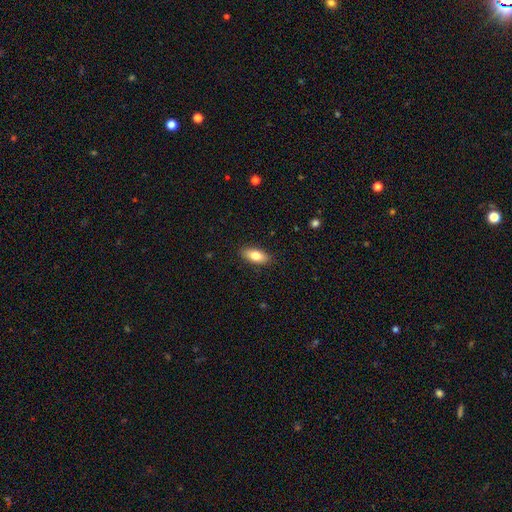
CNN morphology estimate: Overall: smooth (78%). How rounded: in between (84%). Merging: none (88%).